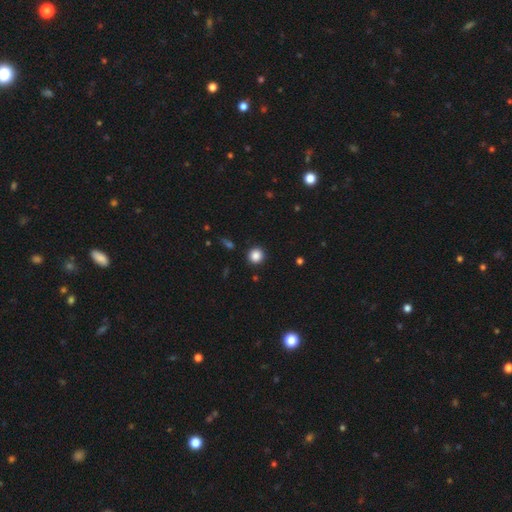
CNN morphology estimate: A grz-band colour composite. It shows a smooth galaxy with no disk features (86%) that is round (94%). Merging: none (92%).